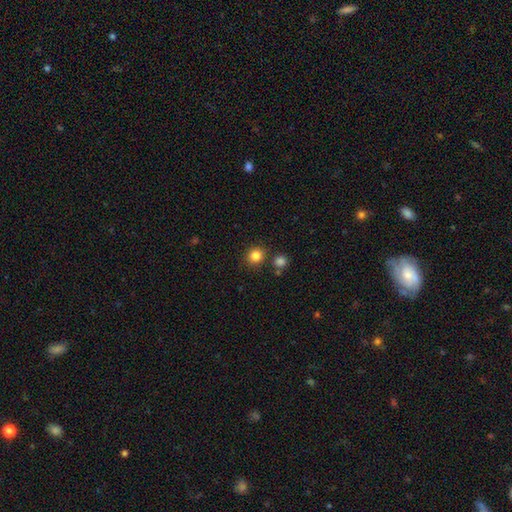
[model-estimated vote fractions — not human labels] Smooth or featured? Predicted: smooth (p=0.84). How rounded? Predicted: round (p=0.90). Merging? Predicted: none (p=0.83).